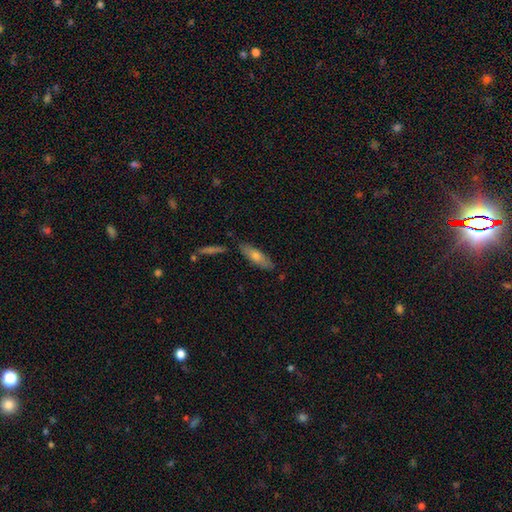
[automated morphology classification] Smooth or featured?
  - smooth: 59% *
  - featured or disk: 33%
  - star or artifact: 7%
How rounded?
  - cigar-shaped: 57% *
  - in between: 41%
  - round: 2%
Merging?
  - none: 80% *
  - minor disturbance: 13%
  - merger: 5%
  - major disturbance: 3%